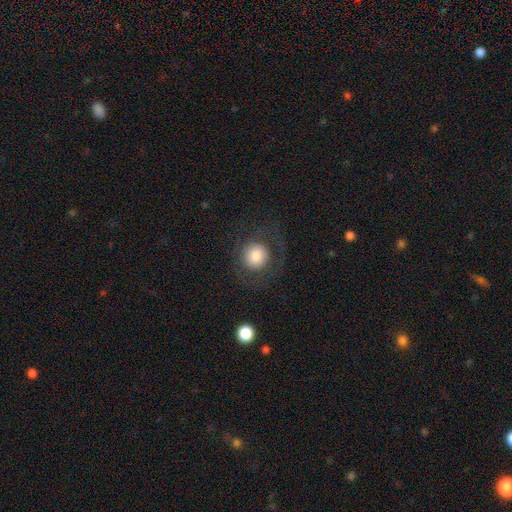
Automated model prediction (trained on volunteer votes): smooth_or_featured: smooth (p=0.73) [alt: featured or disk p=0.18]
how_rounded: round (p=0.91) [alt: in between p=0.08]
merging: none (p=0.76) [alt: major disturbance p=0.12]